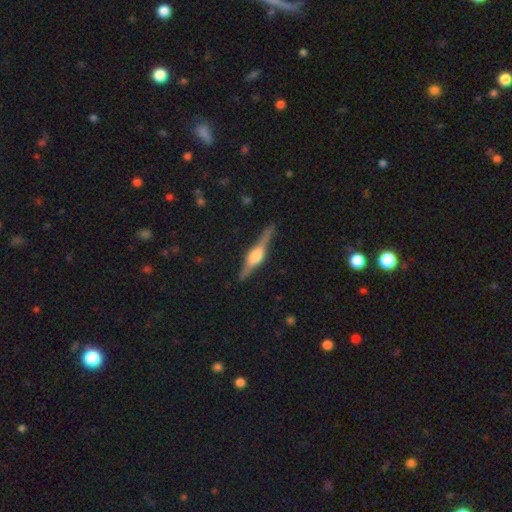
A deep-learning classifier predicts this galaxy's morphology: Smooth or featured? featured or disk (81%)
Edge-on disk? yes (98%)
Edge-on bulge? rounded (84%)
Merging? none (88%)